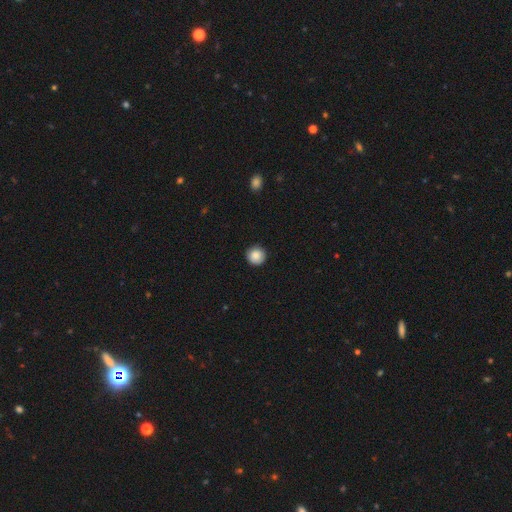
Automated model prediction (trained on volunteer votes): A smooth galaxy with no disk features (87%) that is round (96%).

Vote fractions:
- Smooth or featured? smooth: 87% / star or artifact: 9% / featured or disk: 4%
- How rounded? round: 96% / in between: 3% / cigar-shaped: 1%
- Merging? none: 91% / minor disturbance: 6% / major disturbance: 2% / merger: 1%